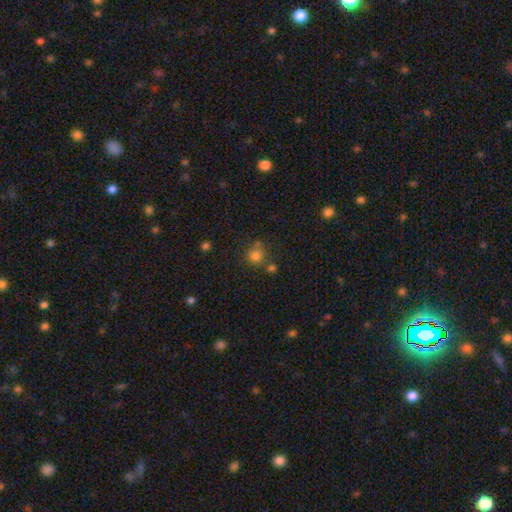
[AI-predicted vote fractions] Smooth or featured? smooth (78%)
How rounded? round (88%)
Merging? none (62%)